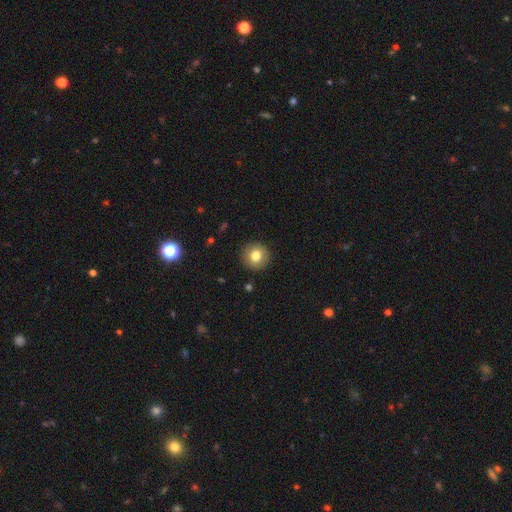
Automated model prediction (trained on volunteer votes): Q: Smooth or featured?
A: smooth (79%); runner-up: featured or disk (12%)
Q: How rounded?
A: round (95%); runner-up: in between (4%)
Q: Merging?
A: none (92%); runner-up: minor disturbance (6%)